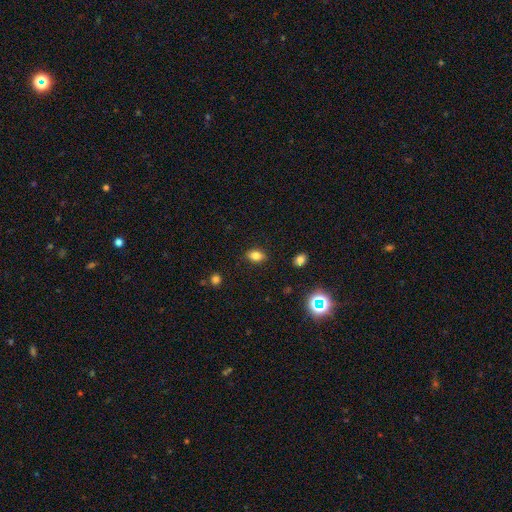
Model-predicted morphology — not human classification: Overall: smooth (82%). How rounded: in between (79%). Merging: none (87%).